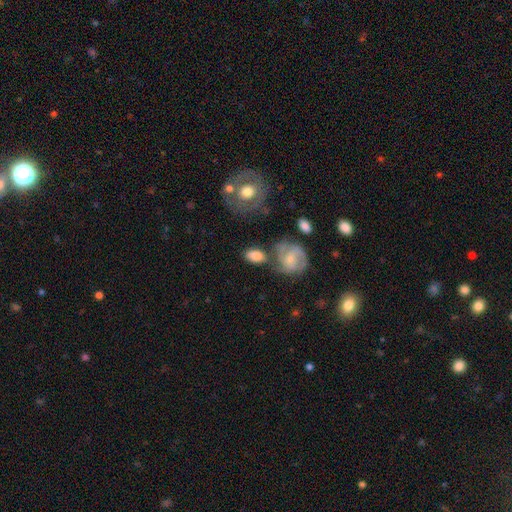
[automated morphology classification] Smooth or featured: smooth — 68% (featured or disk — 26%)
How rounded: in between — 82% (round — 16%)
Merging: none — 56% (minor disturbance — 18%)